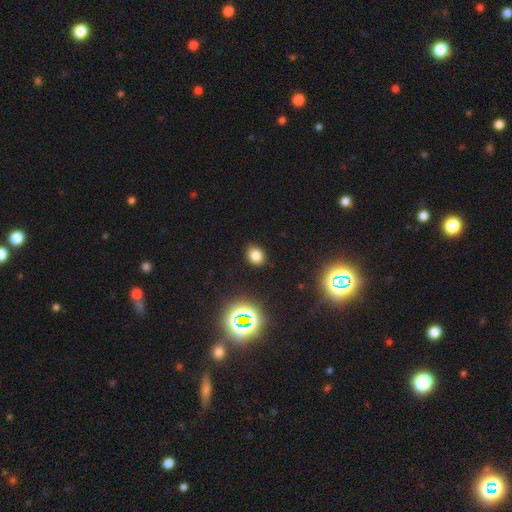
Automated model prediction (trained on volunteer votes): A smooth galaxy with no disk features (75%) that is round (50%). Merging: none (88%).